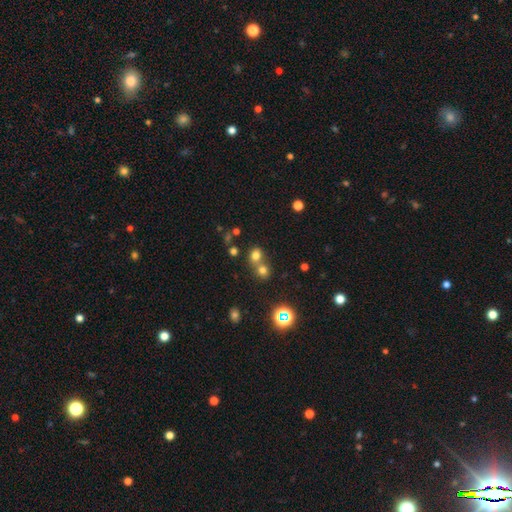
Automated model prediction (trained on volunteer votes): Overall: smooth (70%). How rounded: round (76%). Merging: merger (46%; none 45%).